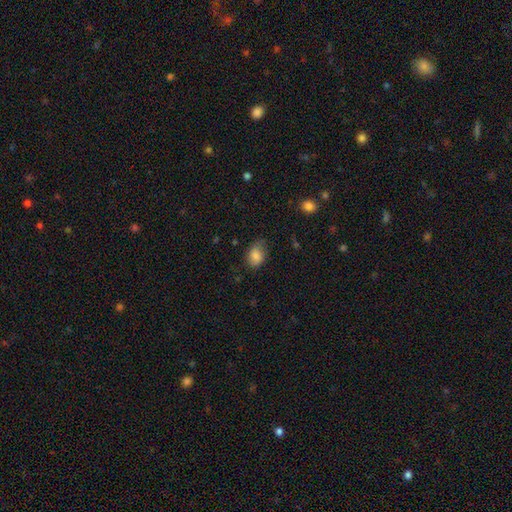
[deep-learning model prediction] A smooth galaxy with no disk features (83%) that is in between round and cigar-shaped (77%). Merging: none (65%).